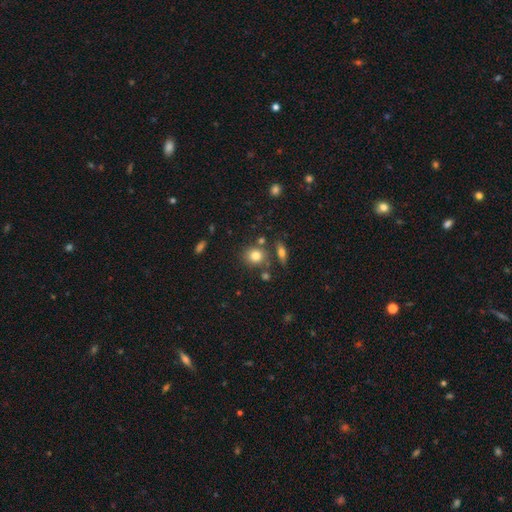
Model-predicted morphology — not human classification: Smooth or featured? smooth (79%)
How rounded? round (74%)
Merging? none (73%)